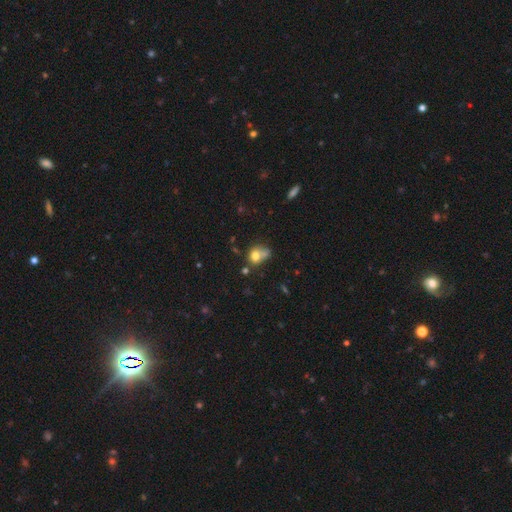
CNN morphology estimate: Overall: smooth (73%). How rounded: round (59%; in between 40%). Merging: none (36%; merger 33%).